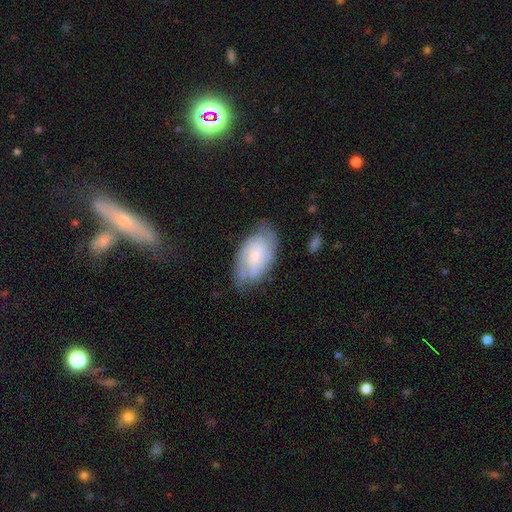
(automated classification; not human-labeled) Q: Smooth or featured?
A: featured or disk (76%); runner-up: smooth (17%)
Q: Edge-on disk?
A: no (96%); runner-up: yes (4%)
Q: Bar?
A: no (50%); runner-up: weak (43%)
Q: Spiral arms?
A: yes (95%); runner-up: no (5%)
Q: Spiral winding?
A: tight (57%); runner-up: medium (36%)
Q: Spiral arm count?
A: 2 (42%); runner-up: can't tell (26%)
Q: Bulge size?
A: small (58%); runner-up: moderate (30%)
Q: Merging?
A: none (72%); runner-up: minor disturbance (21%)